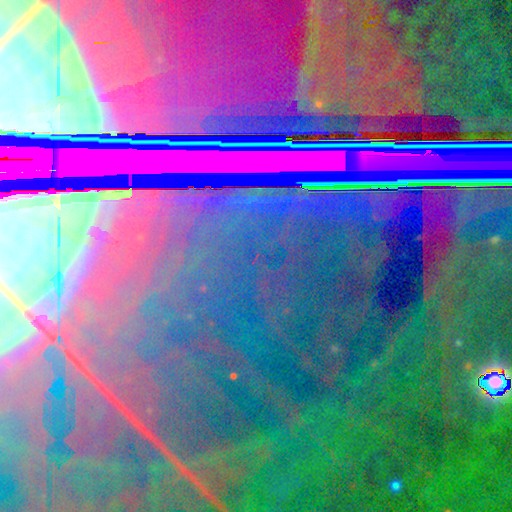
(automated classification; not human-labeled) star or artifact 87%, featured or disk 8%, smooth 5%.